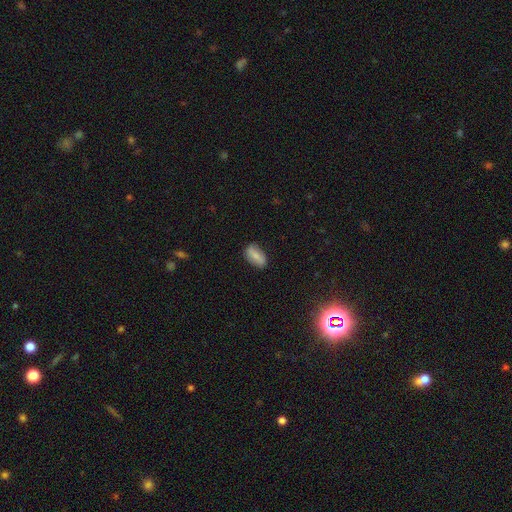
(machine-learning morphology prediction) Smooth or featured? Predicted: smooth (p=0.71). How rounded? Predicted: in between (p=0.89). Merging? Predicted: none (p=0.81).